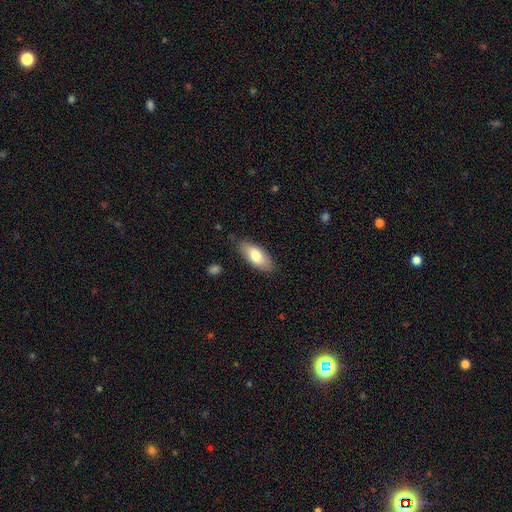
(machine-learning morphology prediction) This is likely a smooth galaxy (76%). How rounded: clearly in between (84%). Merging: clearly none (82%).